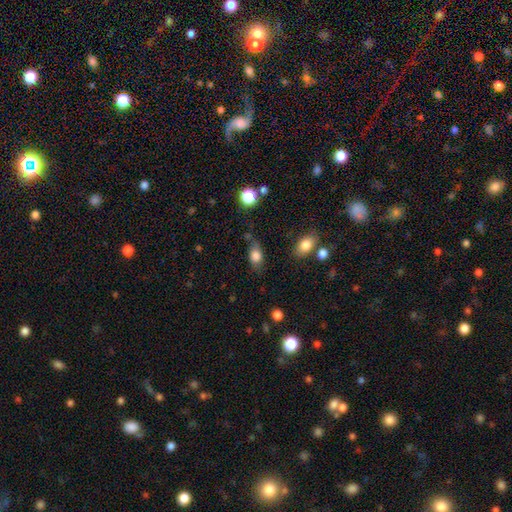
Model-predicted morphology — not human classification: smooth 79%, featured or disk 11%, star or artifact 9%. Down the decision tree: how rounded — in between (78%); merging — none (63%).